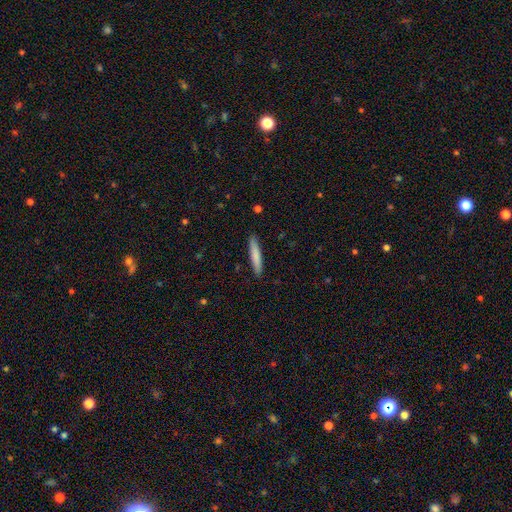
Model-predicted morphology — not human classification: Smooth or featured? Predicted: smooth (p=0.80). How rounded? Predicted: cigar-shaped (p=0.93). Merging? Predicted: none (p=0.91).